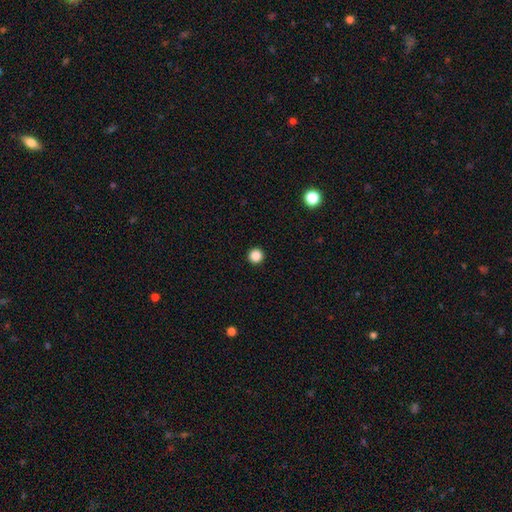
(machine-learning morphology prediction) The model was most divided on "smooth or featured": smooth: 86%, star or artifact: 11%, featured or disk: 3%. More confident: how rounded — round (97%); merging — none (94%).